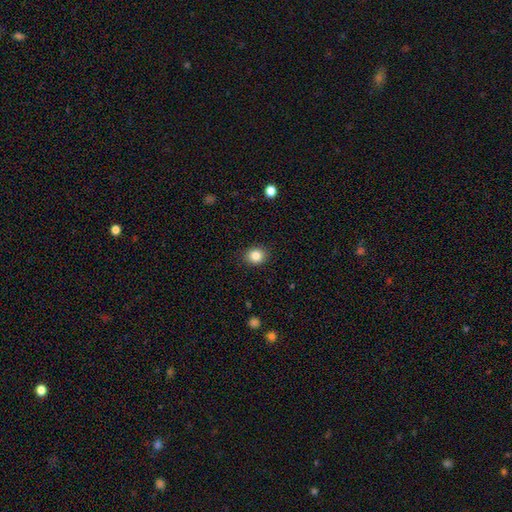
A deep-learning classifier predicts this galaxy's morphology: A smooth galaxy with no disk features (85%) that is round (68%). Merging: none (89%).